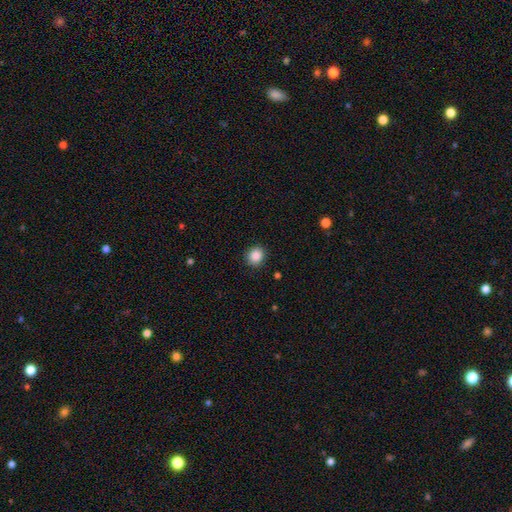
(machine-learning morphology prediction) This appears to be a smooth galaxy with no disk features (87%) that is round (84%). Merging: none (90%).